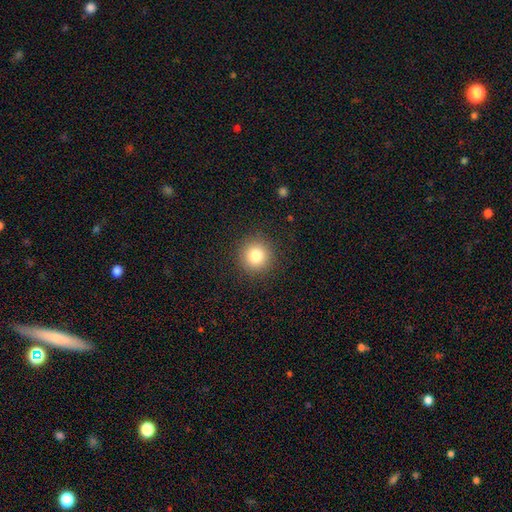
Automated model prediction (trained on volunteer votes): Q: Smooth or featured?
A: smooth (82%); runner-up: star or artifact (11%)
Q: How rounded?
A: round (94%); runner-up: in between (5%)
Q: Merging?
A: none (91%); runner-up: minor disturbance (6%)